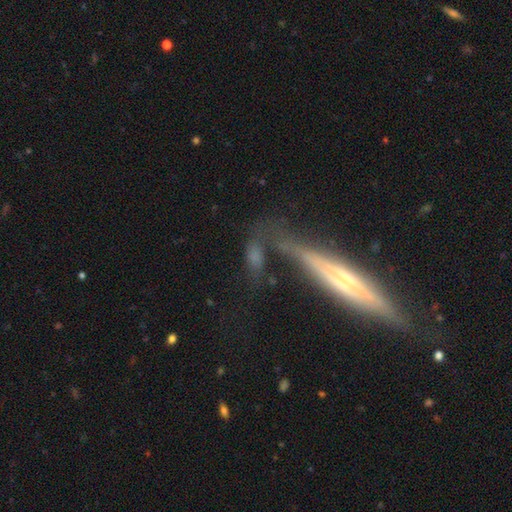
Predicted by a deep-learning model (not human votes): smooth-or-featured: featured or disk: 47% | smooth: 35% | star or artifact: 17%
  merging: none: 50% | minor disturbance: 20% | major disturbance: 16% | merger: 13%